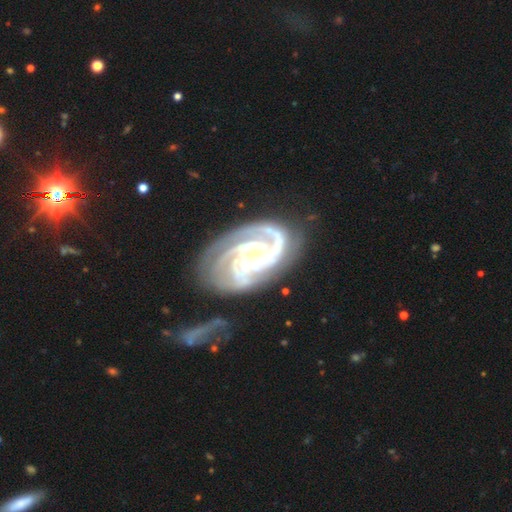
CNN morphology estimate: Overall: featured or disk (92%). Edge-on disk: no (98%). Bar: no (65%). Spiral arms: yes (99%). Spiral arm count: 3 (44%; 4 22%). Spiral winding: tight (70%). Bulge size: small (77%). Merging: none (56%; minor disturbance 23%).